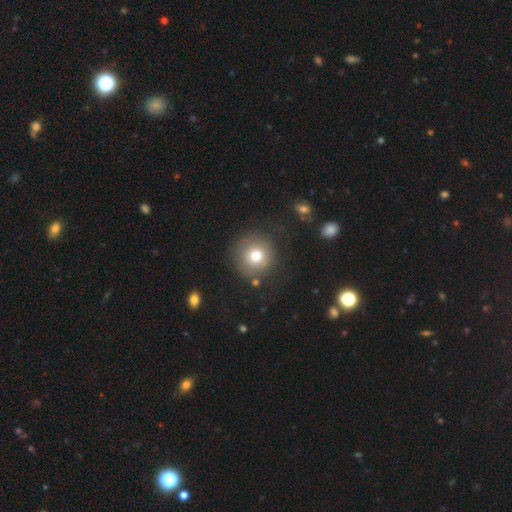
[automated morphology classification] smooth_or_featured: smooth (p=0.75) [alt: featured or disk p=0.13]
how_rounded: round (p=0.94) [alt: in between p=0.05]
merging: none (p=0.81) [alt: minor disturbance p=0.11]